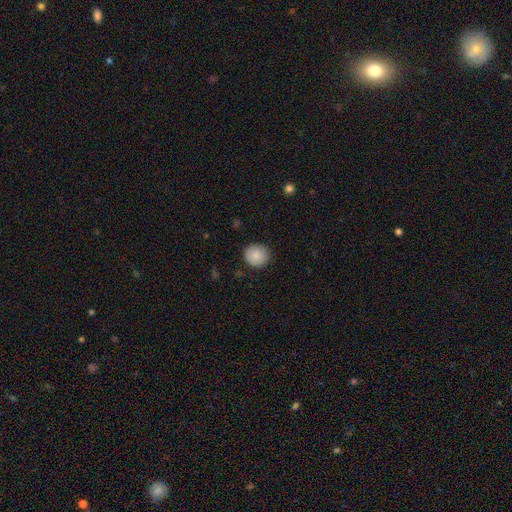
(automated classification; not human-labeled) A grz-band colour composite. It shows a smooth galaxy with no disk features (87%) that is round (87%). Merging: none (88%).